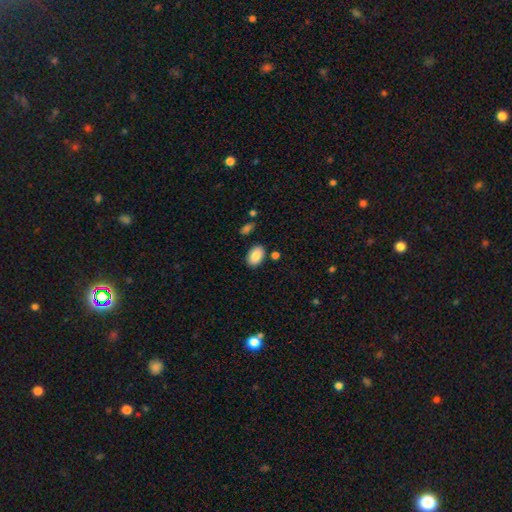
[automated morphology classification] type=smooth (87%); roundness=in between (87%); merging=none (83%).